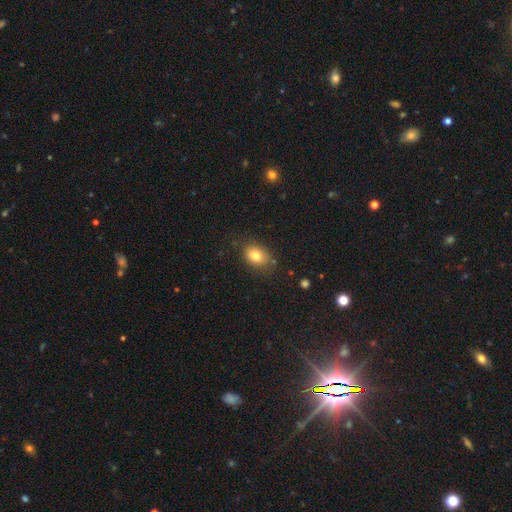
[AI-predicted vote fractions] Morphology: type=smooth (80%); roundness=in between (65%); merging=none (80%).